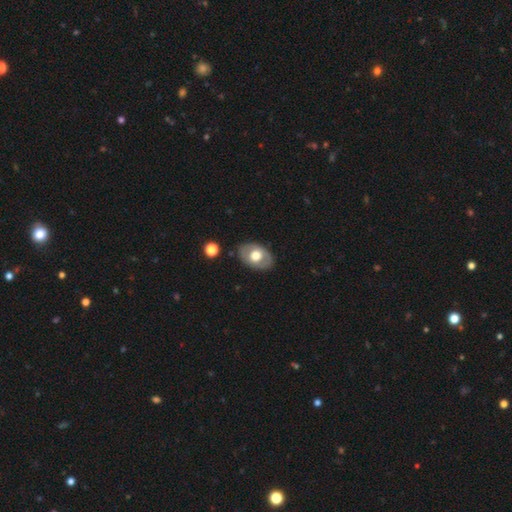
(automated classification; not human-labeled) This appears to be a smooth galaxy with no disk features (51%) that is in between round and cigar-shaped (82%). Merging: none (83%).